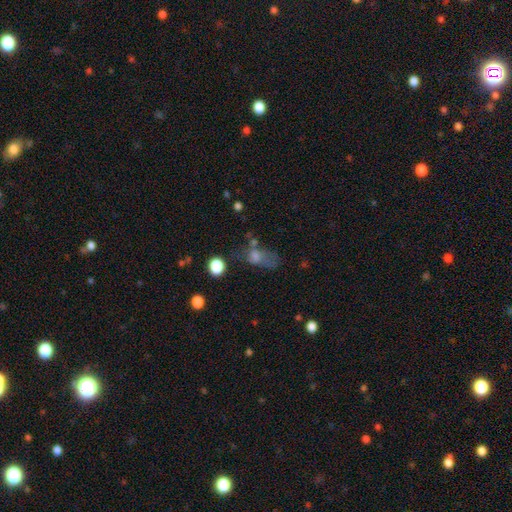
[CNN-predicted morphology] Smooth or featured? Predicted: smooth (p=0.57). How rounded? Predicted: in between (p=0.73). Merging? Predicted: major disturbance (p=0.34).